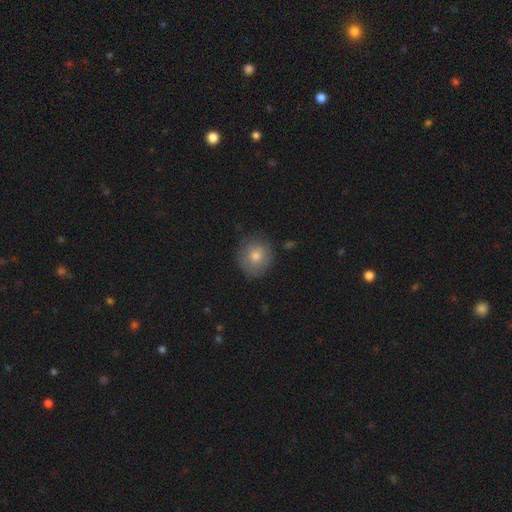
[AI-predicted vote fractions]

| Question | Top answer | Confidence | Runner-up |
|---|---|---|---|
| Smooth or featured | smooth | 75% | featured or disk (14%) |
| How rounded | round | 83% | in between (16%) |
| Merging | none | 82% | minor disturbance (14%) |